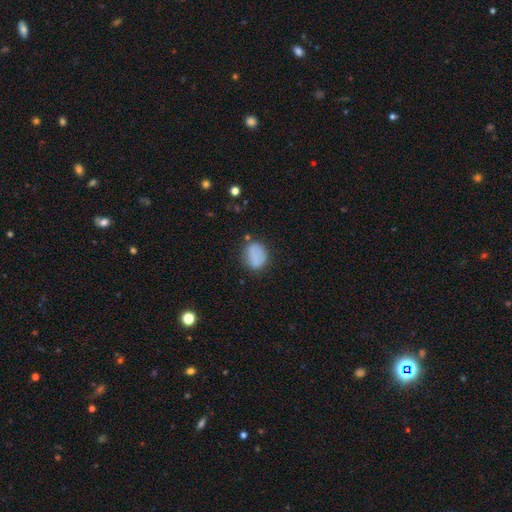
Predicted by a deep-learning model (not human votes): smooth 79%, featured or disk 12%, star or artifact 9%. Down the decision tree: how rounded — in between (54%); merging — none (69%).